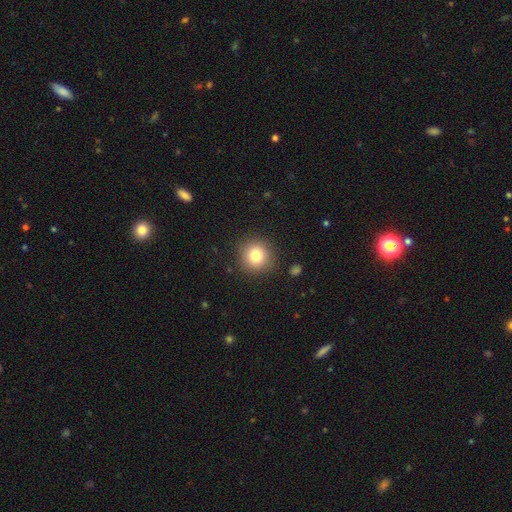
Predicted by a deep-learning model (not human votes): smooth-or-featured: smooth: 80% | star or artifact: 11% | featured or disk: 9%
  how-rounded: round: 92% | in between: 7% | cigar-shaped: 1%
  merging: none: 89% | minor disturbance: 7% | major disturbance: 2% | merger: 1%